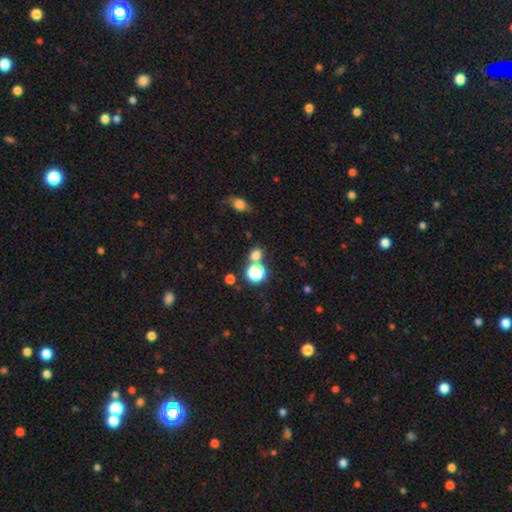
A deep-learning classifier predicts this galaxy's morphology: A smooth galaxy with no disk features (68%) that is round (72%).

Vote fractions:
- Smooth or featured? smooth: 68% / star or artifact: 26% / featured or disk: 6%
- How rounded? round: 72% / in between: 27% / cigar-shaped: 1%
- Merging? none: 66% / merger: 20% / minor disturbance: 9% / major disturbance: 4%